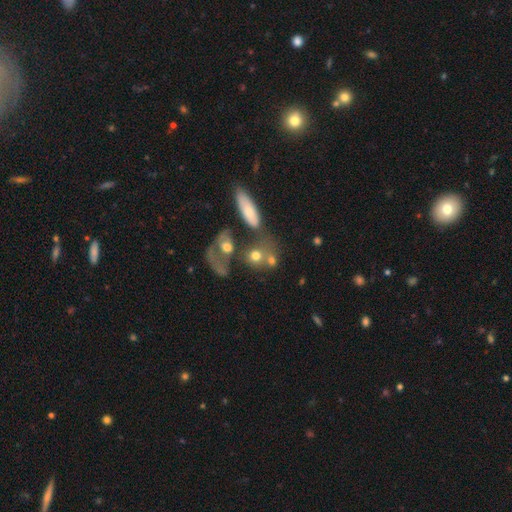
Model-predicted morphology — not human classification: type=smooth (67%); roundness=round (63%); merging=merger (41%).